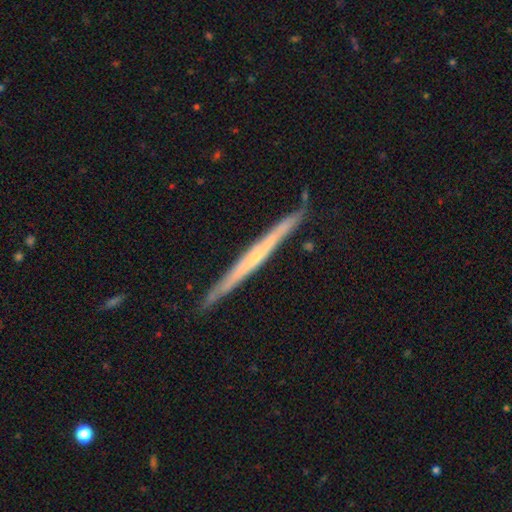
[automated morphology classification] This is likely a featured or disk galaxy (71%). It is clearly viewed edge-on (97%). Edge-on bulge: possibly none (60%). Merging: clearly none (89%).